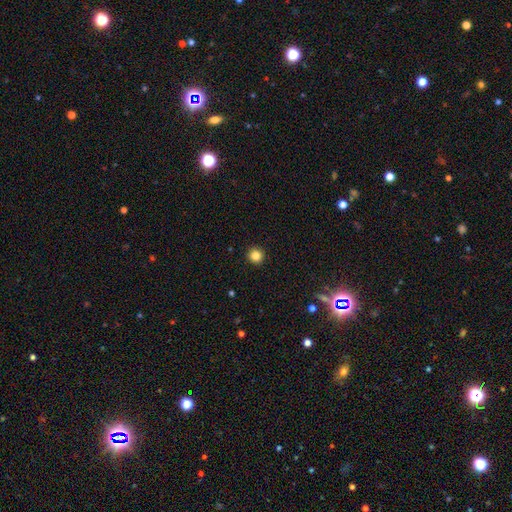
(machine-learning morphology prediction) smooth-or-featured: smooth: 84% | star or artifact: 12% | featured or disk: 4%
  how-rounded: round: 95% | in between: 4% | cigar-shaped: 1%
  merging: none: 93% | minor disturbance: 4% | major disturbance: 1% | merger: 1%